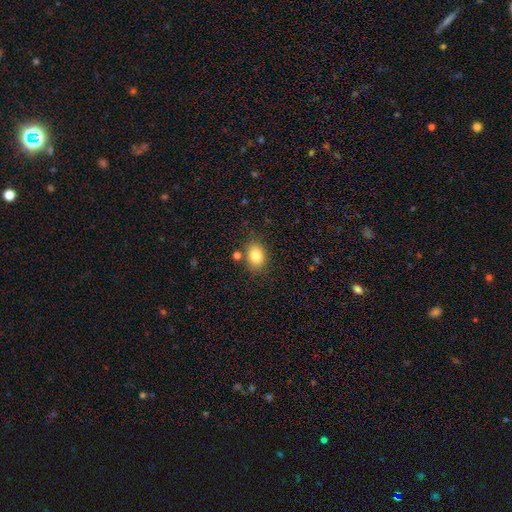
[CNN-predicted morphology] This is clearly a smooth galaxy (84%). How rounded: likely in between (78%). Merging: likely none (79%).